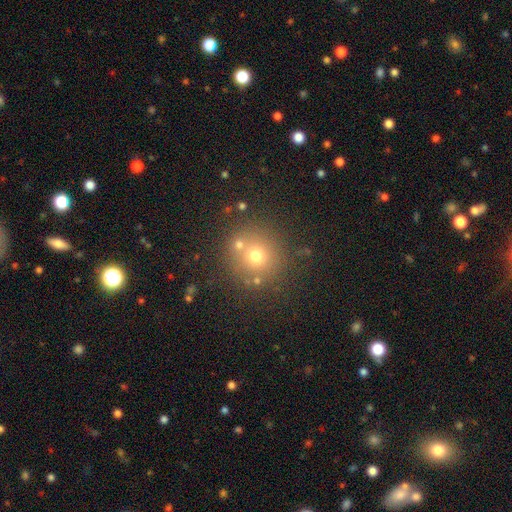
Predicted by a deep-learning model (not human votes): The model was most divided on "smooth or featured": smooth: 67%, star or artifact: 19%, featured or disk: 14%. More confident: how rounded — round (93%); merging — none (74%).